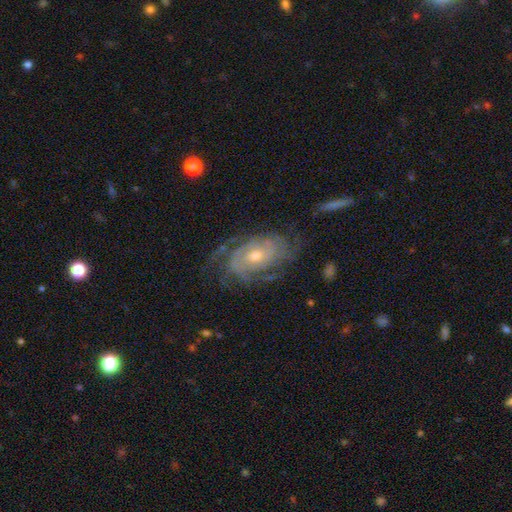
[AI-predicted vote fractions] A featured or disk galaxy (83%) with no bar (72%), tight (60%) spiral arms (91%) and a moderate central bulge (54%). Merging: none (64%).